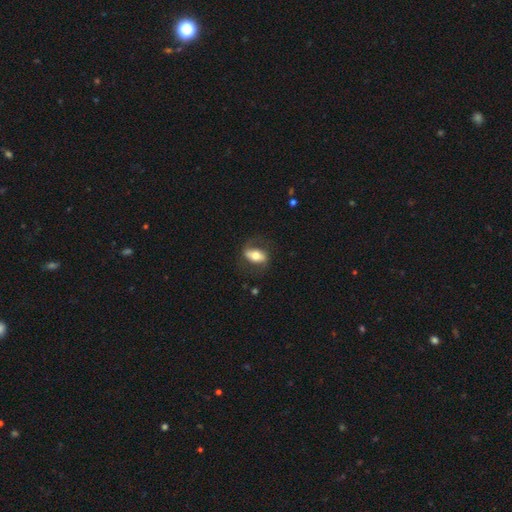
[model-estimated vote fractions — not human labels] A featured or disk galaxy (49%). Merging: none (67%).